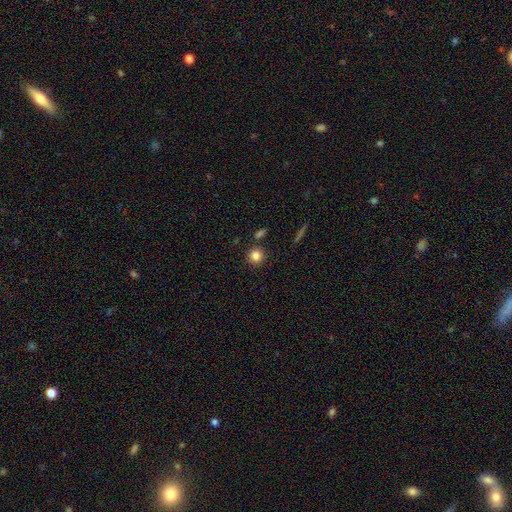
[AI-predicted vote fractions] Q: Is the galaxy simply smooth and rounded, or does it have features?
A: smooth — 83%.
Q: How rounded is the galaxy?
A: round — 92%.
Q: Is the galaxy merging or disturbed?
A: none — 83%.